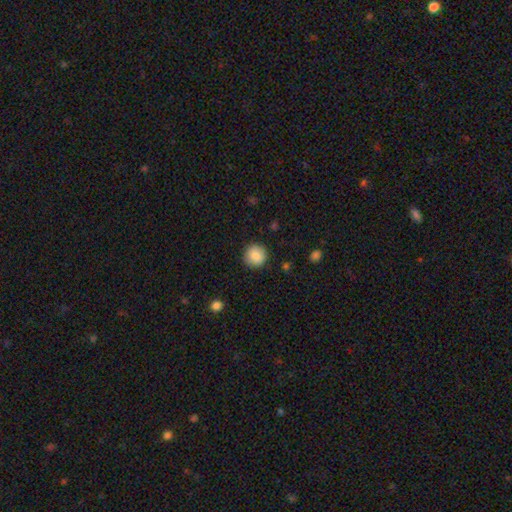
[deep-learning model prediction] Smooth or featured: smooth — 88% (star or artifact — 8%)
How rounded: round — 94% (in between — 5%)
Merging: none — 91% (minor disturbance — 6%)